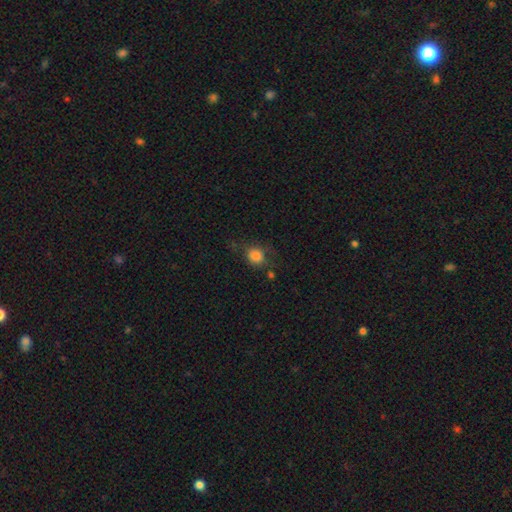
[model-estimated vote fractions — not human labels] Smooth or featured?
  - smooth: 82% *
  - star or artifact: 11%
  - featured or disk: 8%
How rounded?
  - round: 71% *
  - in between: 28%
  - cigar-shaped: 1%
Merging?
  - none: 65% *
  - minor disturbance: 21%
  - major disturbance: 9%
  - merger: 4%